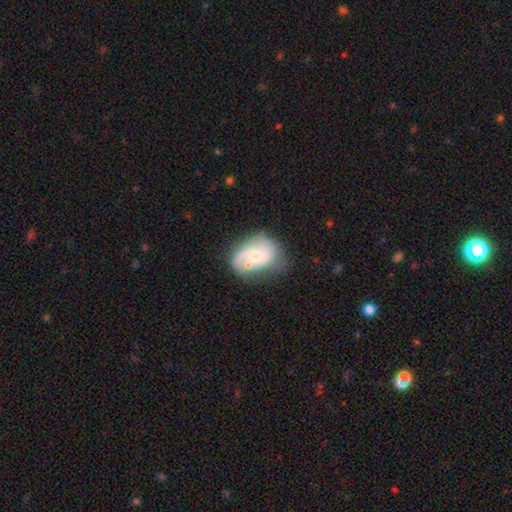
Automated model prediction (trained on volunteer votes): smooth_or_featured: featured or disk (p=0.62) [alt: smooth p=0.30]
disk_edge_on: no (p=0.97) [alt: yes p=0.03]
bar: no (p=0.66) [alt: weak p=0.29]
has_spiral_arms: yes (p=0.80) [alt: no p=0.20]
bulge_size: moderate (p=0.46) [alt: small p=0.42]
merging: none (p=0.40) [alt: minor disturbance p=0.26]